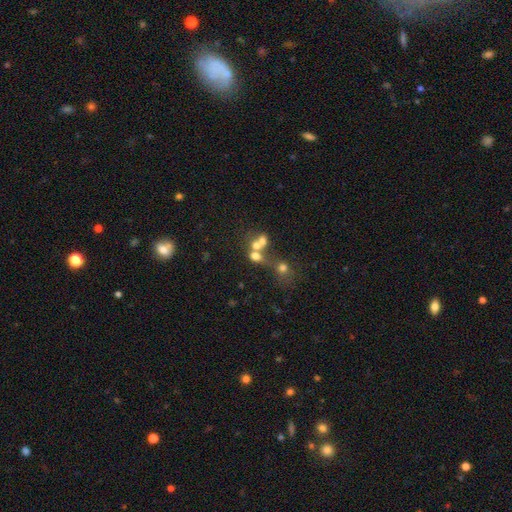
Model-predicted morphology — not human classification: A smooth galaxy with no disk features (57%) that is round (65%).

Vote fractions:
- Smooth or featured? smooth: 57% / featured or disk: 24% / star or artifact: 18%
- How rounded? round: 65% / in between: 33% / cigar-shaped: 2%
- Merging? merger: 58% / none: 27% / major disturbance: 8% / minor disturbance: 7%